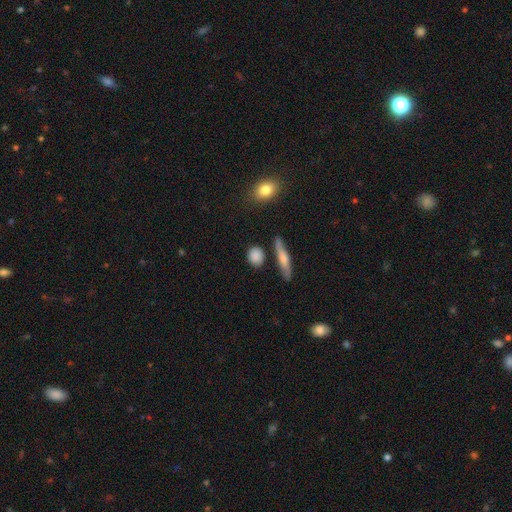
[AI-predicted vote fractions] Smooth or featured? Predicted: smooth (p=0.83). How rounded? Predicted: round (p=0.66). Merging? Predicted: none (p=0.78).